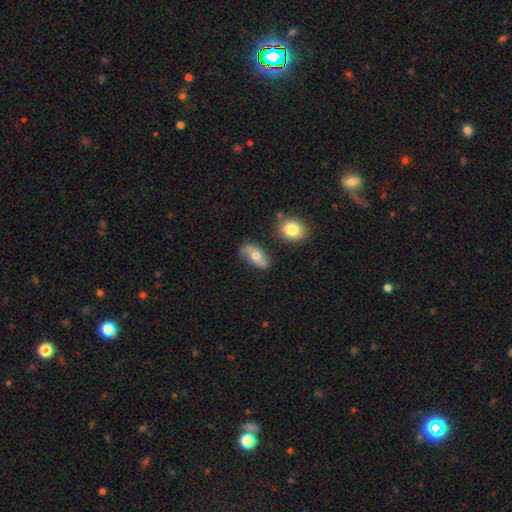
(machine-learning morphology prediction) A featured or disk galaxy (49%). Merging: none (68%).